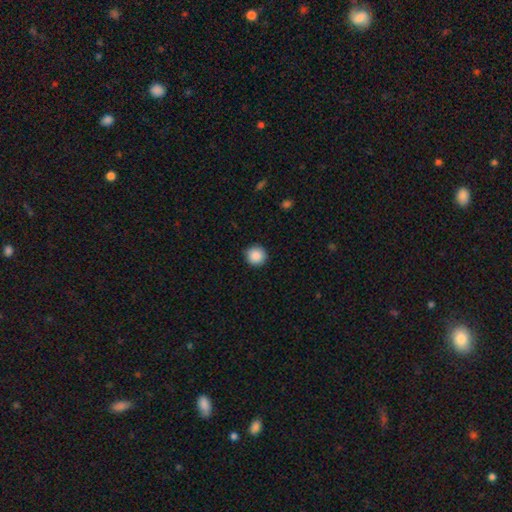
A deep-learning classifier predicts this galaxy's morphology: Q: Smooth or featured?
A: smooth (89%); runner-up: star or artifact (8%)
Q: How rounded?
A: round (96%); runner-up: in between (3%)
Q: Merging?
A: none (92%); runner-up: minor disturbance (6%)